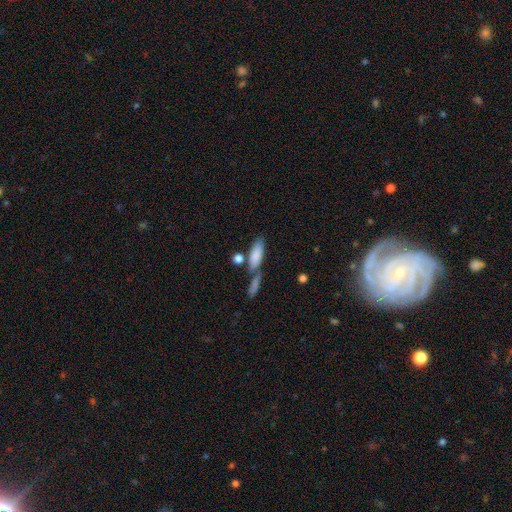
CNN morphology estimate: type=smooth (81%); roundness=in between (59%); merging=none (49%).